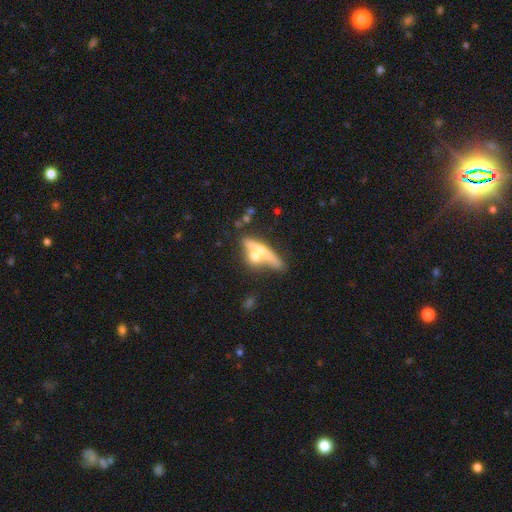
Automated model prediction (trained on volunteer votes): Overall: smooth (49%; featured or disk 43%). Merging: none (42%; merger 37%).